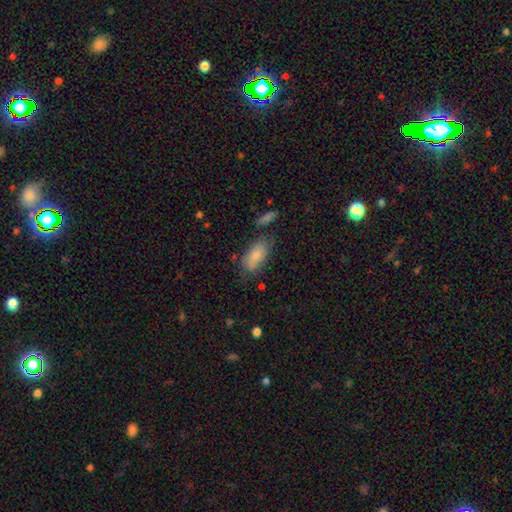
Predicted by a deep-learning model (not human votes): Smooth or featured: smooth — 83% (featured or disk — 11%)
How rounded: in between — 90% (cigar-shaped — 8%)
Merging: none — 62% (minor disturbance — 22%)